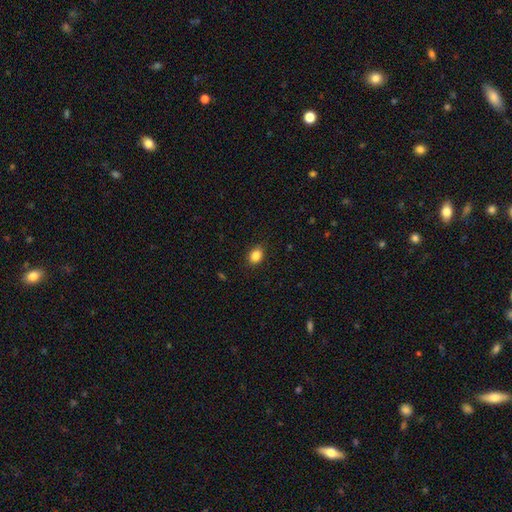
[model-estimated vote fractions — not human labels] Morphology: type=smooth (86%); roundness=in between (59%); merging=none (87%).